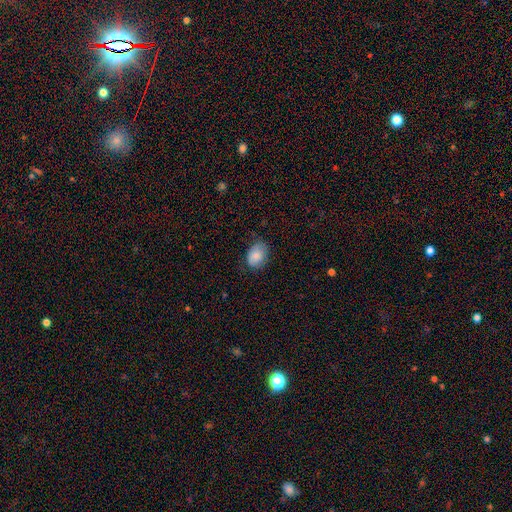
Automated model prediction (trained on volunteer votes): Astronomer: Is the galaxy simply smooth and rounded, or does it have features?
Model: smooth — 84%.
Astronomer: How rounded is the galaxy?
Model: in between — 73%.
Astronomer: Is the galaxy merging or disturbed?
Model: none — 65%.